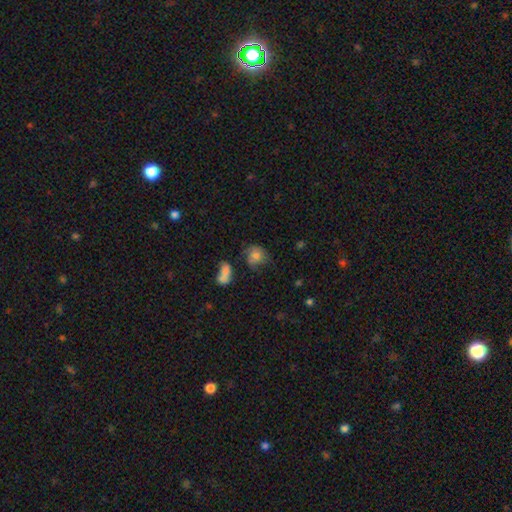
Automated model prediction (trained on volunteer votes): Smooth or featured?
  - smooth: 72% *
  - featured or disk: 18%
  - star or artifact: 10%
How rounded?
  - round: 63% *
  - in between: 35%
  - cigar-shaped: 1%
Merging?
  - none: 49% *
  - minor disturbance: 27%
  - major disturbance: 14%
  - merger: 10%